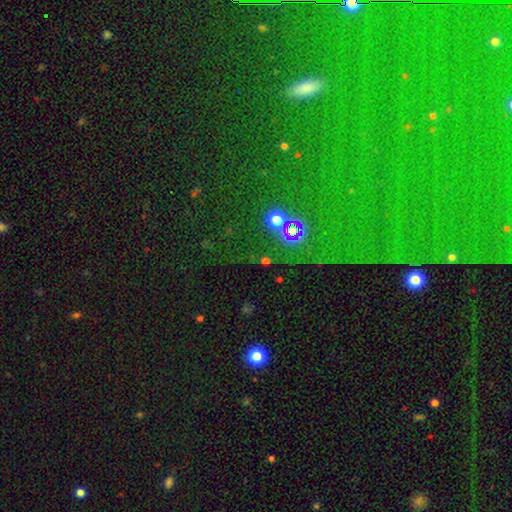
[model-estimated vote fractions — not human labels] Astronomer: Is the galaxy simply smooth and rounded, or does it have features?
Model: star or artifact — 75%.